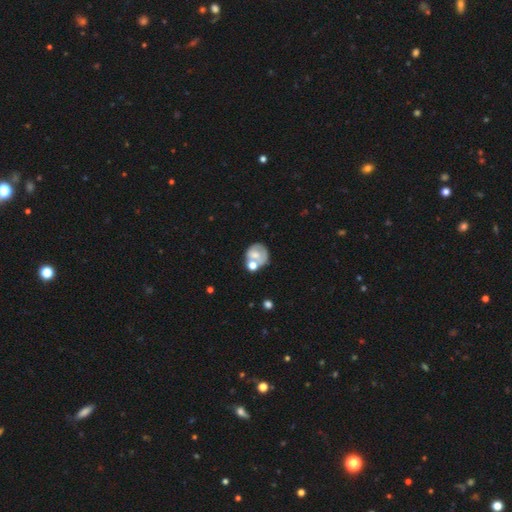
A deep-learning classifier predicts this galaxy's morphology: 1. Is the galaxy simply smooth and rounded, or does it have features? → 54% smooth, 36% featured or disk, 10% star or artifact.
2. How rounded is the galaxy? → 69% round, 30% in between, 1% cigar-shaped.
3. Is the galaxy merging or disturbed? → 40% none, 32% merger, 17% minor disturbance, 10% major disturbance.